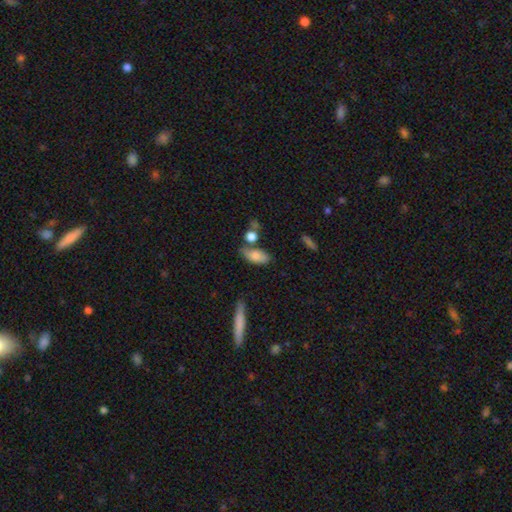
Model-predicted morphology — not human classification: A smooth galaxy with no disk features (79%) that is in between round and cigar-shaped (86%).

Vote fractions:
- Smooth or featured? smooth: 79% / featured or disk: 13% / star or artifact: 8%
- How rounded? in between: 86% / cigar-shaped: 9% / round: 5%
- Merging? none: 51% / minor disturbance: 23% / merger: 17% / major disturbance: 9%